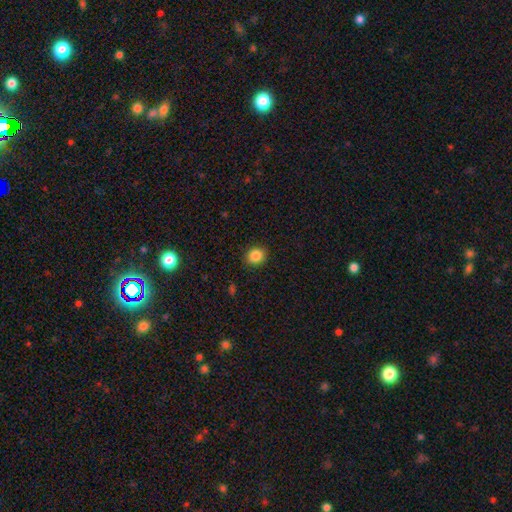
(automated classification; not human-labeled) This appears to be a smooth galaxy with no disk features (86%) that is round (73%). Merging: none (89%).